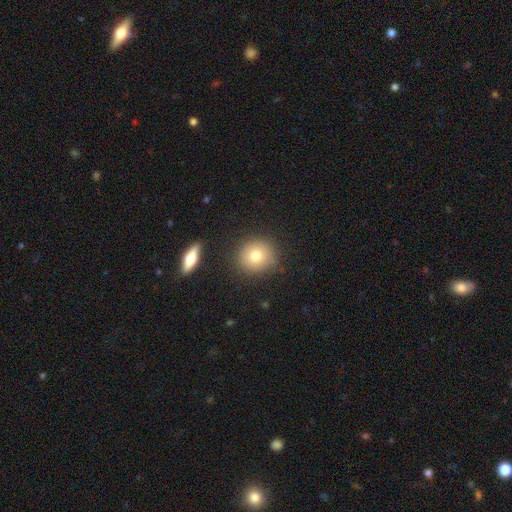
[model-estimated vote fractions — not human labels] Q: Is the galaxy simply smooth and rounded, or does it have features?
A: smooth — 76%.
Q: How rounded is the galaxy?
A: round — 86%.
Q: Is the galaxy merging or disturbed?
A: none — 84%.